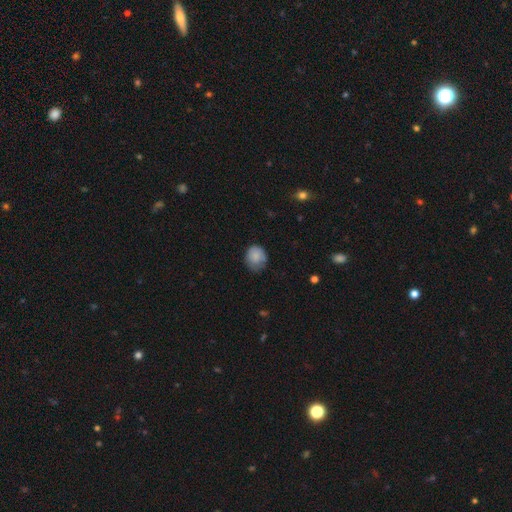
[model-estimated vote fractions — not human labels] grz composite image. It shows a smooth galaxy with no disk features (84%) that is round (70%). Merging: none (58%).